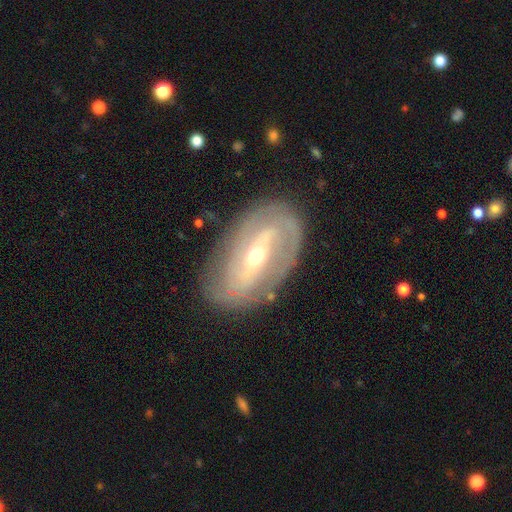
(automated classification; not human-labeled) featured or disk 83%, smooth 11%, star or artifact 6%. Down the decision tree: edge-on disk — no (93%); bar — strong (48%); spiral arms — yes (85%); spiral arm count — 2 (60%); spiral winding — tight (50%); bulge size — moderate (48%, tied with small); merging — none (78%).